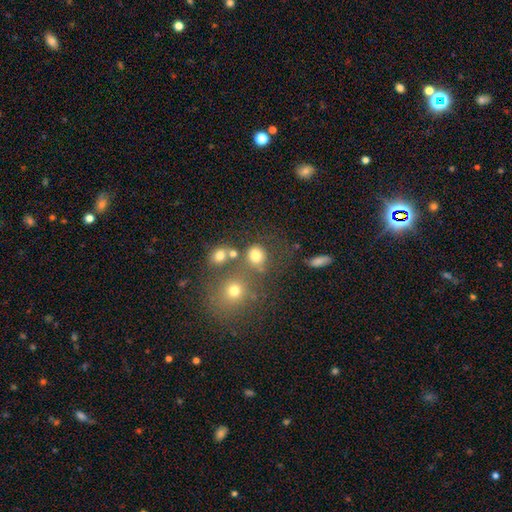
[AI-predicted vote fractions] A smooth galaxy with no disk features (74%) that is round (76%). Merging: none (55%).